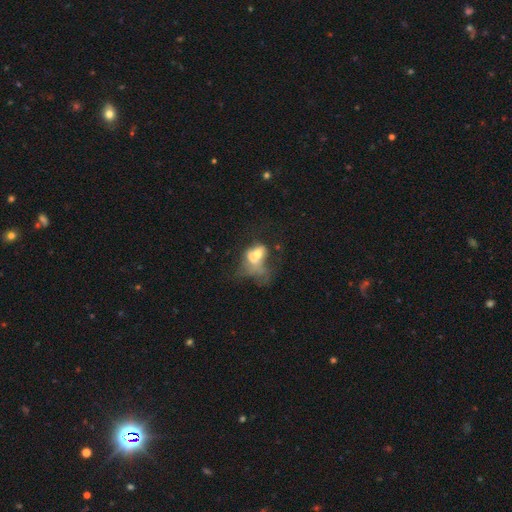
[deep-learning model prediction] Morphology: type=smooth (47%); merging=merger (54%).